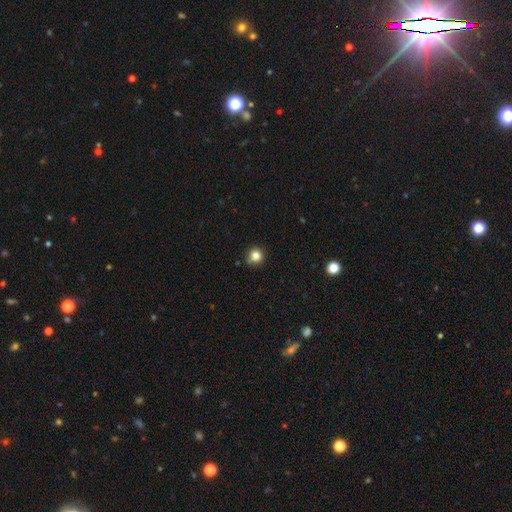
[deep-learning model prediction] This is clearly a smooth galaxy (82%). How rounded: clearly round (92%). Merging: clearly none (83%).